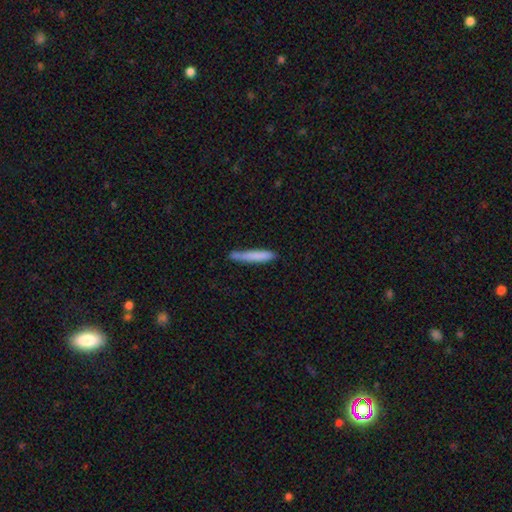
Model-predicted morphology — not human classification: This is likely a smooth galaxy (78%). How rounded: clearly cigar-shaped (94%). Merging: likely none (70%).